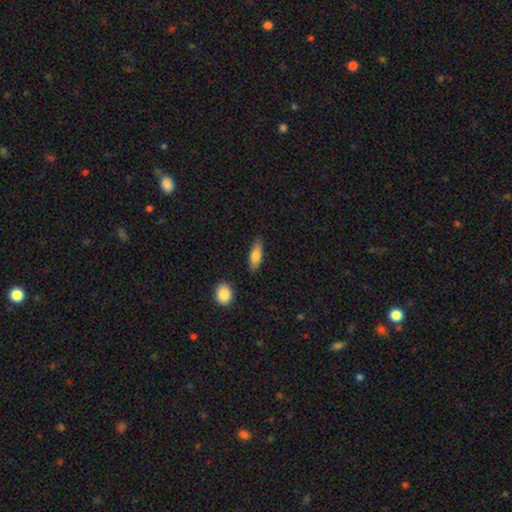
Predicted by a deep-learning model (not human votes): Smooth or featured: smooth — 79% (featured or disk — 14%)
How rounded: in between — 64% (cigar-shaped — 33%)
Merging: none — 84% (minor disturbance — 11%)